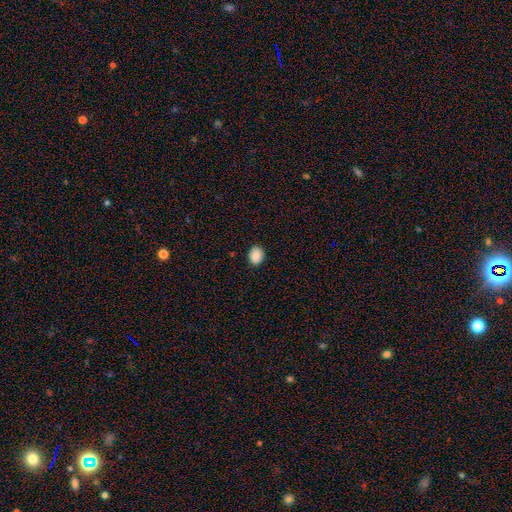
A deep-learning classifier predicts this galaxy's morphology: Smooth or featured: smooth — 89% (star or artifact — 8%)
How rounded: round — 50% (in between — 49%)
Merging: none — 90% (minor disturbance — 8%)